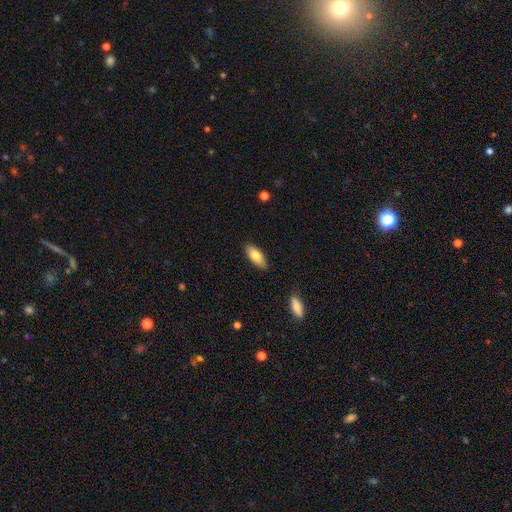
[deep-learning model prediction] smooth_or_featured: smooth (p=0.80) [alt: featured or disk p=0.13]
how_rounded: in between (p=0.82) [alt: cigar-shaped p=0.16]
merging: none (p=0.86) [alt: minor disturbance p=0.11]